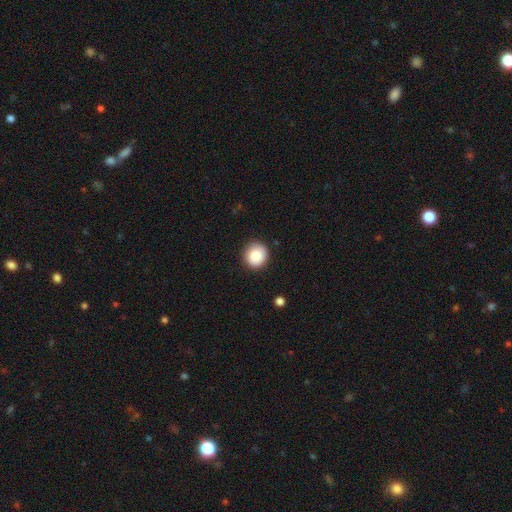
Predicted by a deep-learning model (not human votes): Overall: smooth (83%). How rounded: round (91%). Merging: none (88%).